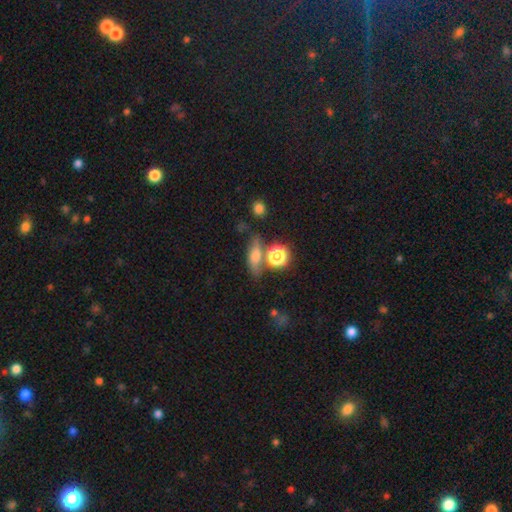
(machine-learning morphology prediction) type=smooth (59%); roundness=in between (49%); merging=none (62%).